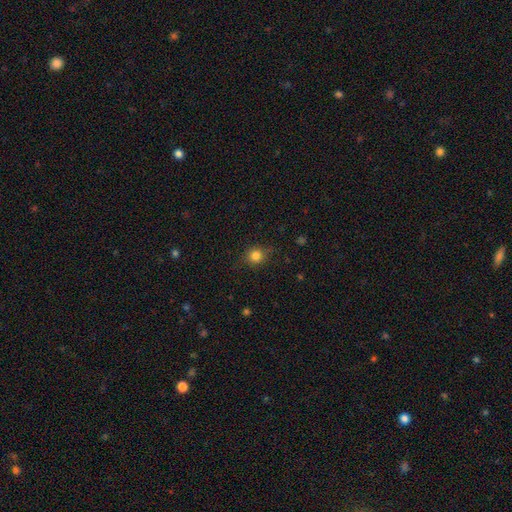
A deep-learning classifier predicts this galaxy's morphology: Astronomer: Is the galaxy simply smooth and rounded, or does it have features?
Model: smooth — 82%.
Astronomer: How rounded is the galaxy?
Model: round — 86%.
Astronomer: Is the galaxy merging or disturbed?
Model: none — 82%.